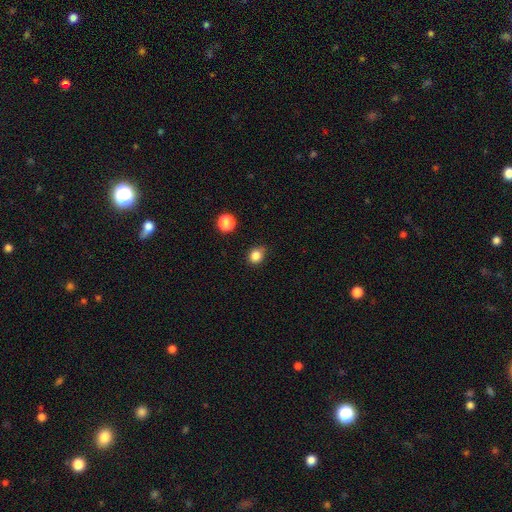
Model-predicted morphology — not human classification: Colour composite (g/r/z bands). It shows a smooth galaxy with no disk features (84%) that is round (72%). Merging: none (77%).